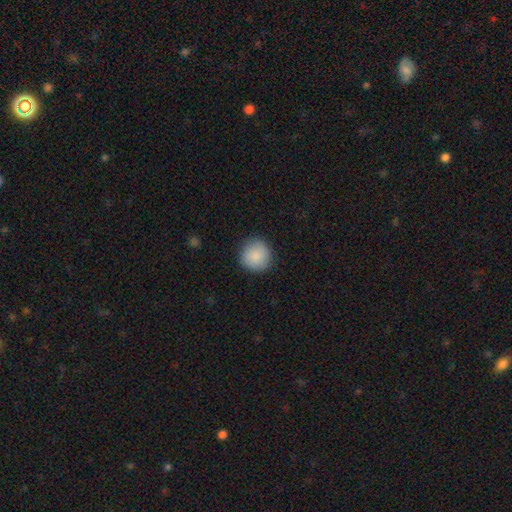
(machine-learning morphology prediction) Overall: smooth (89%). How rounded: round (94%). Merging: none (88%).